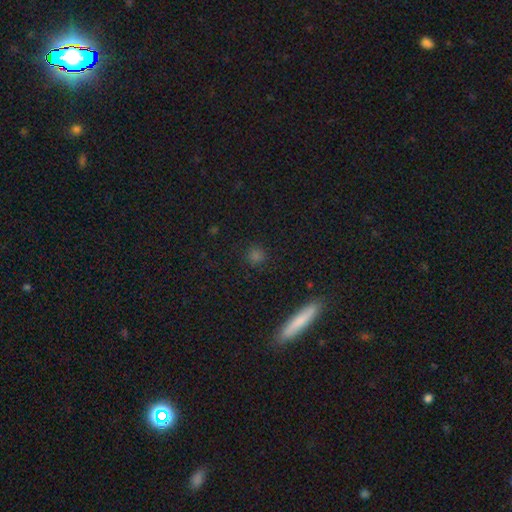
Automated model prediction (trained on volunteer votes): A smooth galaxy with no disk features (74%) that is round (67%). Merging: none (88%).